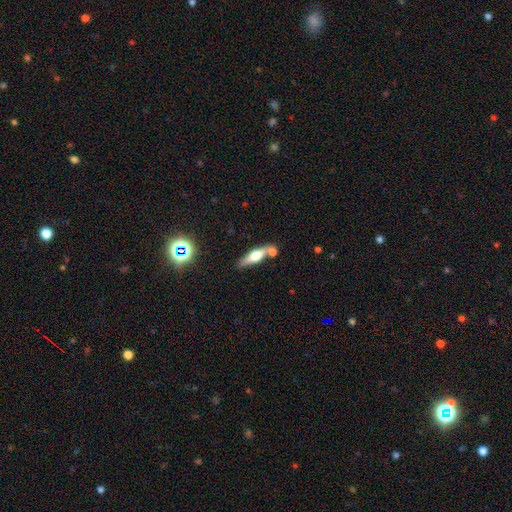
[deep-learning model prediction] Smooth or featured?
  - featured or disk: 53% *
  - smooth: 38%
  - star or artifact: 8%
Edge-on disk?
  - yes: 91% *
  - no: 9%
Merging?
  - none: 65% *
  - merger: 20%
  - minor disturbance: 12%
  - major disturbance: 4%